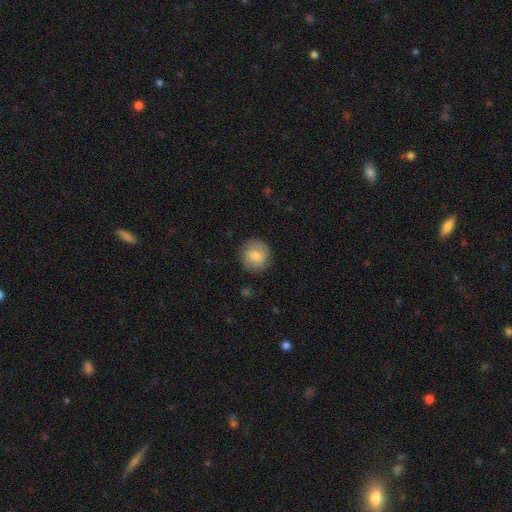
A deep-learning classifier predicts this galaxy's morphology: Smooth or featured?
  - smooth: 73% *
  - featured or disk: 20%
  - star or artifact: 7%
How rounded?
  - round: 90% *
  - in between: 9%
  - cigar-shaped: 1%
Merging?
  - none: 85% *
  - minor disturbance: 11%
  - major disturbance: 3%
  - merger: 1%